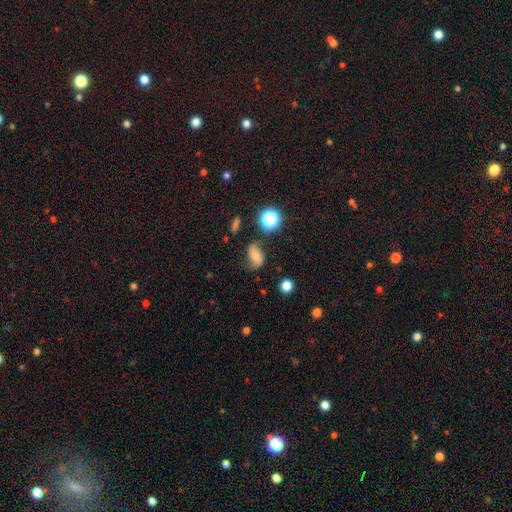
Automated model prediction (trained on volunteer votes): Overall: featured or disk (56%; smooth 30%). Edge-on disk: no (96%). Bar: no (49%; weak 34%). Spiral arms: yes (89%). Bulge size: moderate (43%; small 38%). Merging: none (67%).